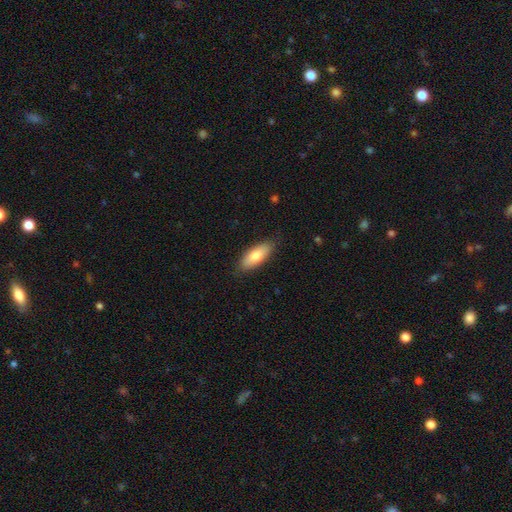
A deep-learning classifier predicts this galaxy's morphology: Smooth or featured? smooth (76%)
How rounded? in between (77%)
Merging? none (85%)